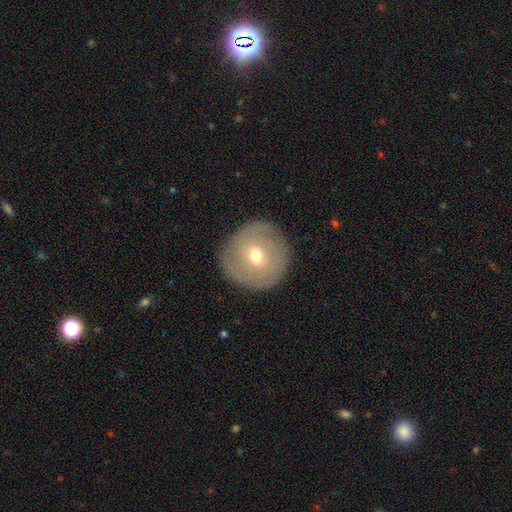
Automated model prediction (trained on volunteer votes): This is possibly a smooth galaxy (50%). How rounded: clearly round (94%). Merging: clearly none (88%).